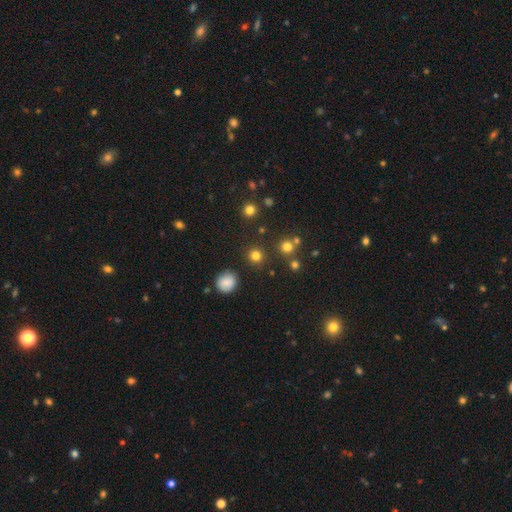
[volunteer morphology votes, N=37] This is clearly a smooth galaxy (86%). How rounded: clearly round (94%). Merging: clearly none (94%).